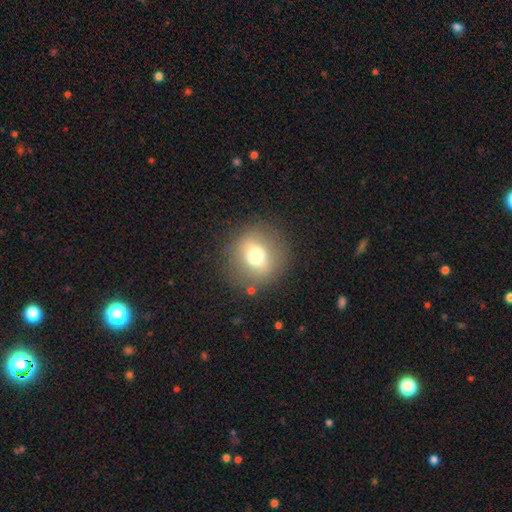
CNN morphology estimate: smooth 65%, featured or disk 22%, star or artifact 12%. Down the decision tree: how rounded — round (89%); merging — none (84%).